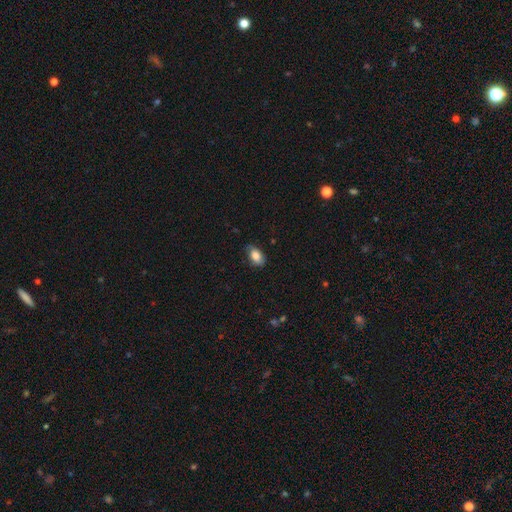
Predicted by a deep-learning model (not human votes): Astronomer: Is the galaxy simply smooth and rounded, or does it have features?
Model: smooth — 82%.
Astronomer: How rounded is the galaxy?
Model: in between — 91%.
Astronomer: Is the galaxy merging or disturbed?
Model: none — 72%.